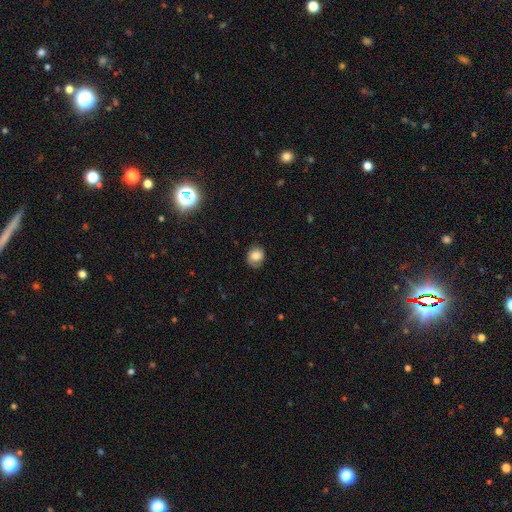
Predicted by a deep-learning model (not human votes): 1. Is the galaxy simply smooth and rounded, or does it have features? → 74% smooth, 16% featured or disk, 10% star or artifact.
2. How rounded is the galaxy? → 69% round, 30% in between, 1% cigar-shaped.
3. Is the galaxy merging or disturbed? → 68% none, 23% minor disturbance, 8% major disturbance, 1% merger.